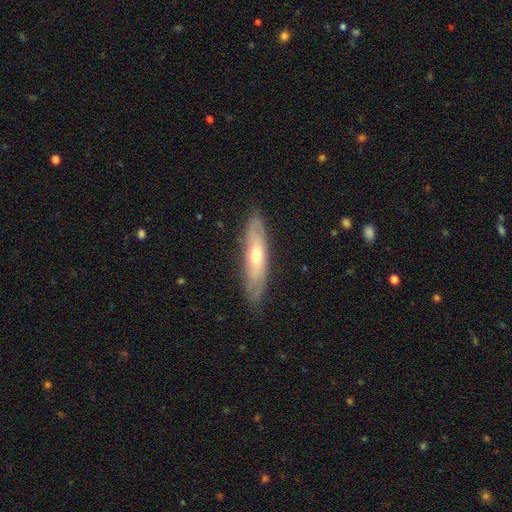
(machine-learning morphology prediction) smooth_or_featured: featured or disk (p=0.50) [alt: smooth p=0.44]
merging: none (p=0.80) [alt: minor disturbance p=0.15]